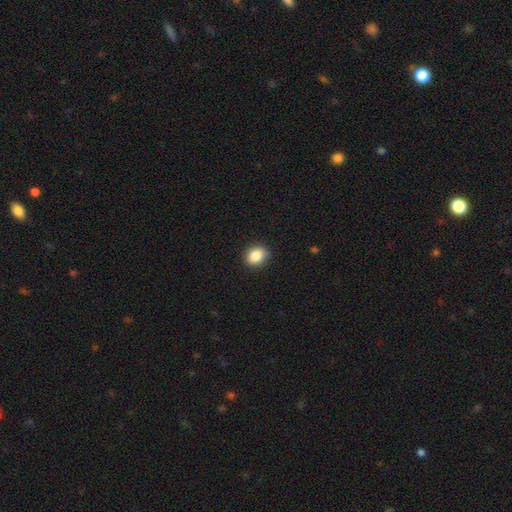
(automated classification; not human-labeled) Smooth or featured? Predicted: smooth (p=0.86). How rounded? Predicted: round (p=0.55). Merging? Predicted: none (p=0.86).